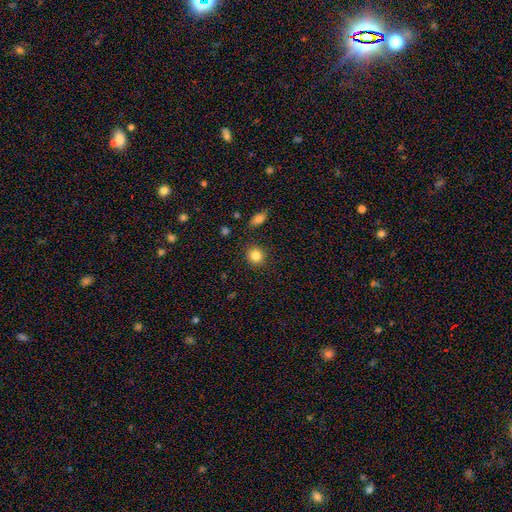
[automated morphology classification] Smooth or featured: smooth — 85% (star or artifact — 10%)
How rounded: round — 88% (in between — 11%)
Merging: none — 88% (minor disturbance — 7%)